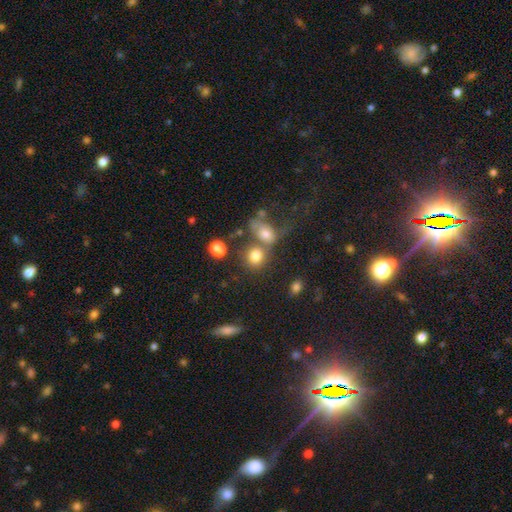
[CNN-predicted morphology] Smooth or featured? Predicted: smooth (p=0.76). How rounded? Predicted: round (p=0.71). Merging? Predicted: none (p=0.44).